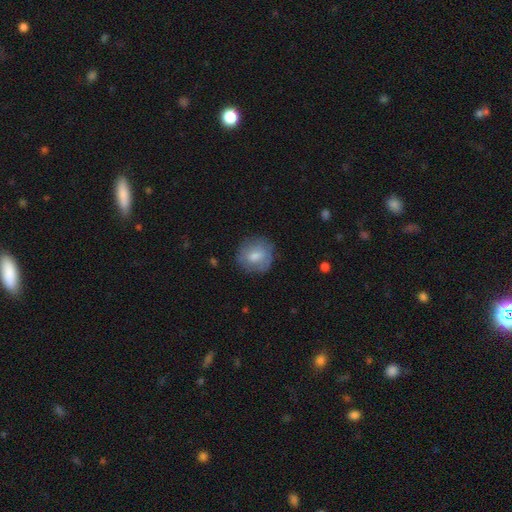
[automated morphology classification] Smooth or featured: smooth — 69% (featured or disk — 23%)
How rounded: round — 83% (in between — 16%)
Merging: none — 77% (minor disturbance — 17%)